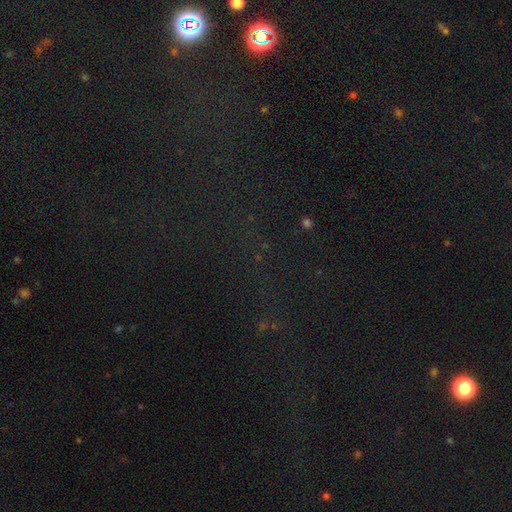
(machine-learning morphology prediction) star or artifact 77%, smooth 14%, featured or disk 9%.